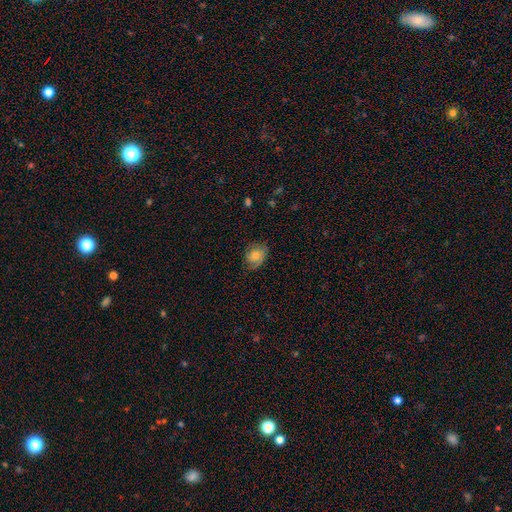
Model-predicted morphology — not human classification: Smooth or featured?
  - smooth: 55% *
  - featured or disk: 37%
  - star or artifact: 9%
How rounded?
  - round: 50% *
  - in between: 48%
  - cigar-shaped: 1%
Merging?
  - none: 62% *
  - minor disturbance: 26%
  - major disturbance: 10%
  - merger: 1%